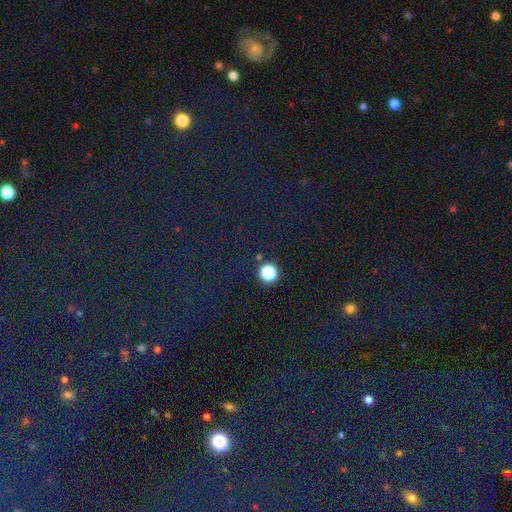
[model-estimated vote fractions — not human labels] star or artifact 80%, smooth 12%, featured or disk 8%.